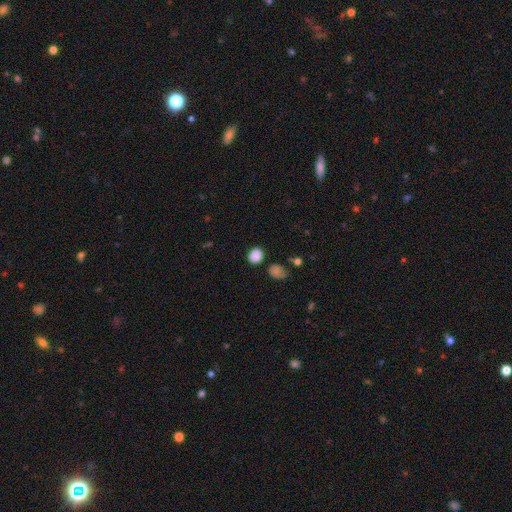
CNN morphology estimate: A smooth galaxy with no disk features (85%) that is round (69%).

Vote fractions:
- Smooth or featured? smooth: 85% / star or artifact: 11% / featured or disk: 4%
- How rounded? round: 69% / in between: 30% / cigar-shaped: 1%
- Merging? none: 80% / minor disturbance: 12% / merger: 5% / major disturbance: 3%